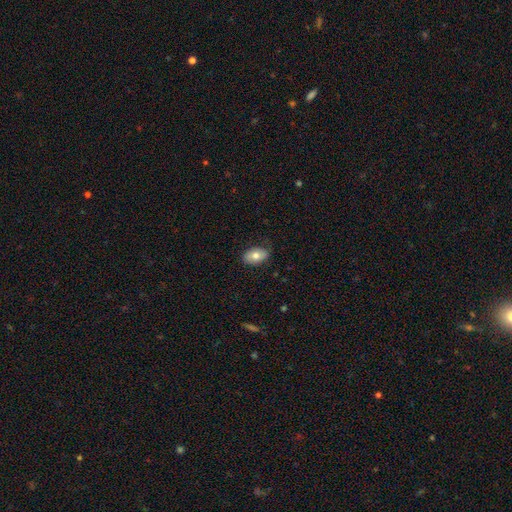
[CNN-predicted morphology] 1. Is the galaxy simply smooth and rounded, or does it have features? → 74% smooth, 19% featured or disk, 7% star or artifact.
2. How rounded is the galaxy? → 91% in between, 7% round, 2% cigar-shaped.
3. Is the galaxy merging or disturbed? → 80% none, 16% minor disturbance, 3% major disturbance, 1% merger.